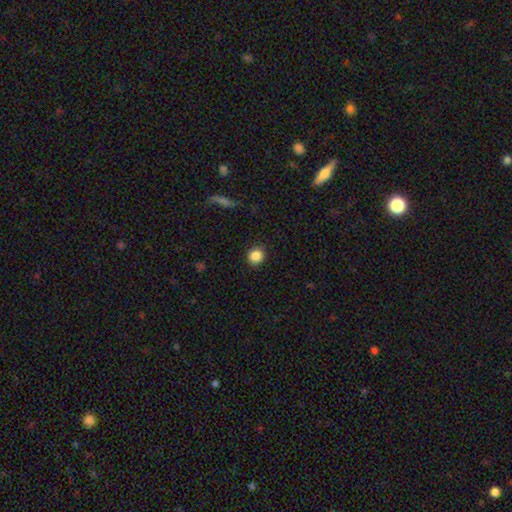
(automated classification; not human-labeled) This appears to be a smooth galaxy with no disk features (86%) that is round (88%). Merging: none (90%).